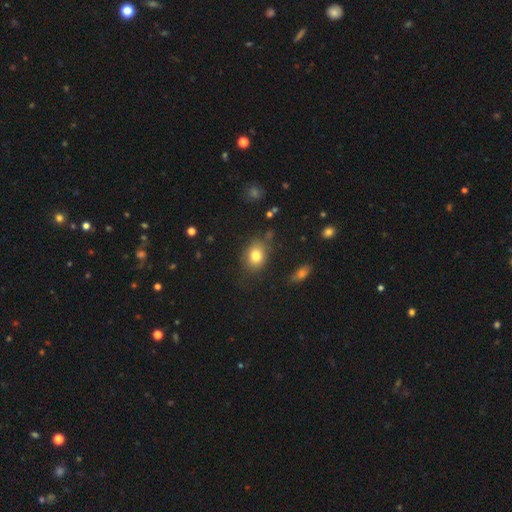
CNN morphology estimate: Overall: smooth (80%). How rounded: in between (58%; round 41%). Merging: none (74%).